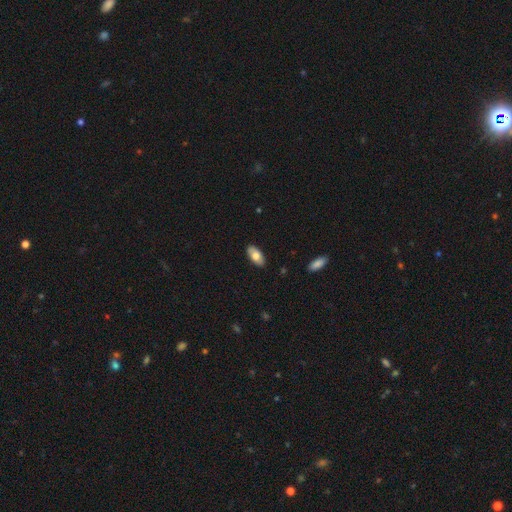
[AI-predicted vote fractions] Smooth or featured? smooth (72%)
How rounded? in between (93%)
Merging? none (88%)